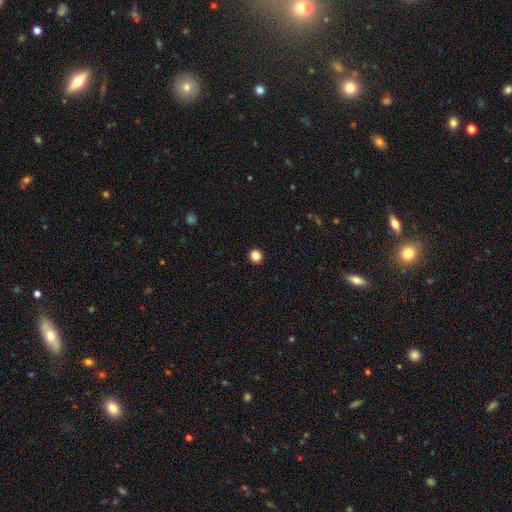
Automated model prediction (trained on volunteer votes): Overall: smooth (85%). How rounded: round (89%). Merging: none (93%).